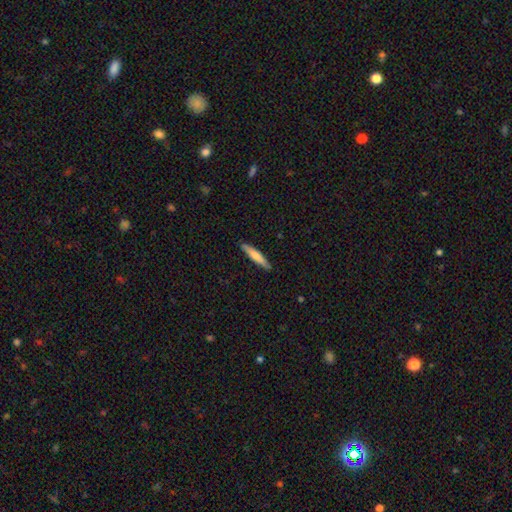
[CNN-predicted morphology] A smooth galaxy with no disk features (70%) that is cigar-shaped (90%). Merging: none (90%).